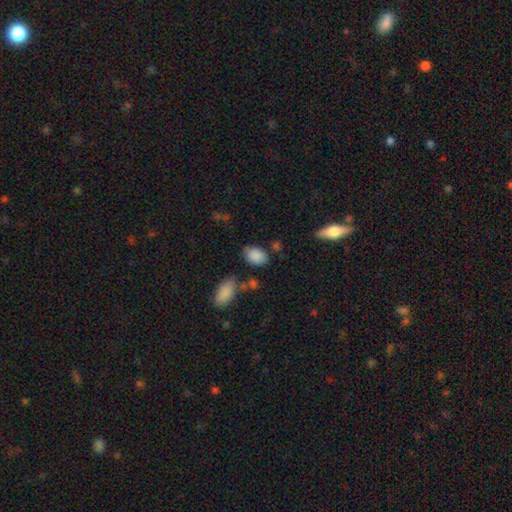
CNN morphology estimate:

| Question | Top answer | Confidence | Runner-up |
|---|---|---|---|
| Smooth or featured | smooth | 87% | star or artifact (8%) |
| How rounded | in between | 87% | round (11%) |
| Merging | none | 72% | minor disturbance (17%) |